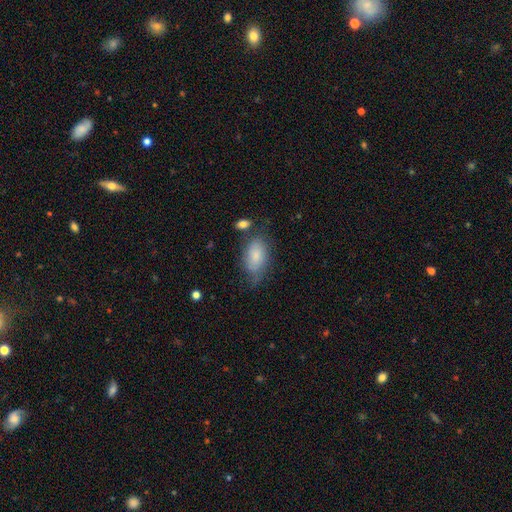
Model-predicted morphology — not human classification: type=smooth (75%); roundness=in between (92%); merging=none (52%).